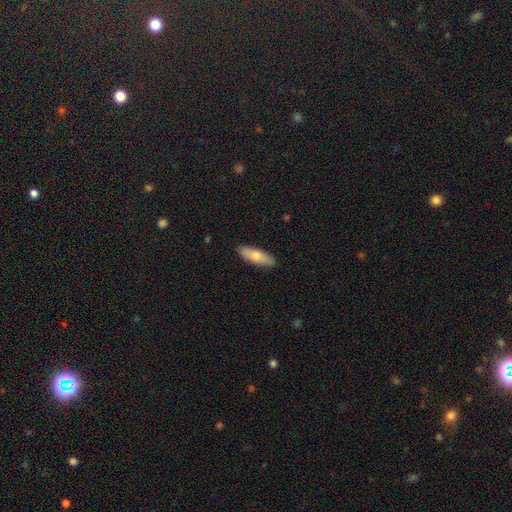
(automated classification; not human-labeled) smooth 70%, featured or disk 25%, star or artifact 6%. Down the decision tree: how rounded — in between (52%); merging — none (88%).